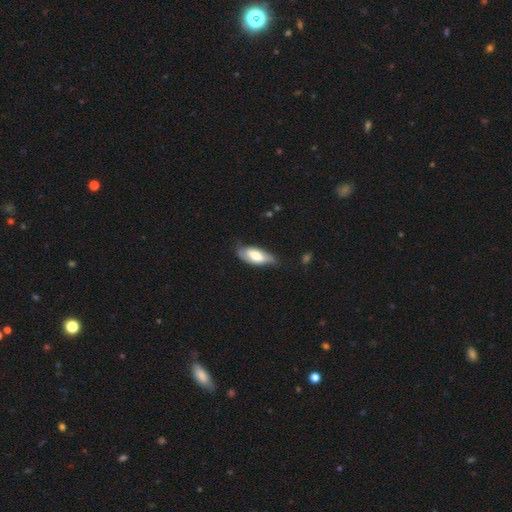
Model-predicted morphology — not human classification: A smooth galaxy with no disk features (52%) that is in between round and cigar-shaped (83%). Merging: none (61%).